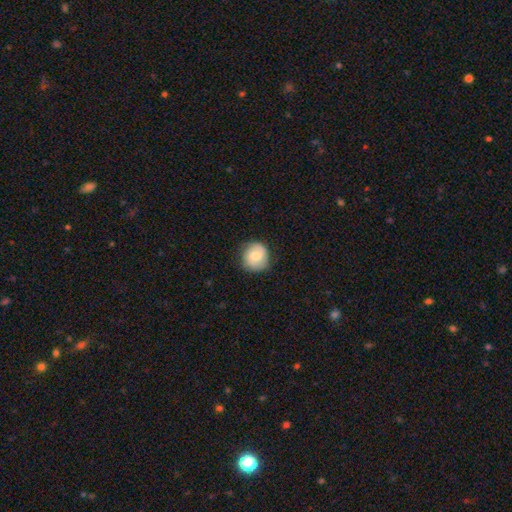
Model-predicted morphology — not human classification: Smooth or featured: smooth — 61% (featured or disk — 32%)
How rounded: round — 89% (in between — 10%)
Merging: none — 80% (minor disturbance — 15%)